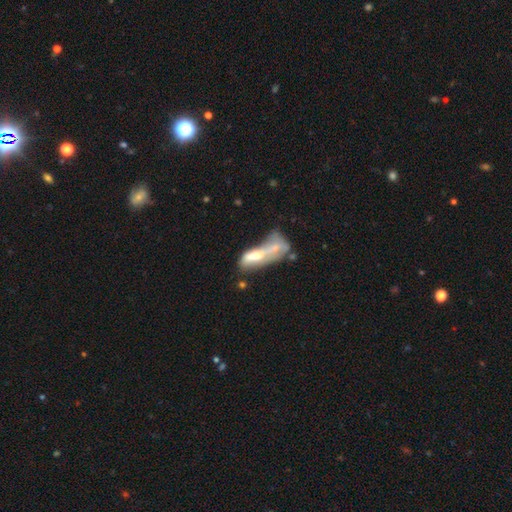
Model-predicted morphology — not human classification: A featured or disk galaxy (46%).

Vote fractions:
- Smooth or featured? featured or disk: 46% / smooth: 44% / star or artifact: 10%
- Merging? merger: 48% / major disturbance: 23% / none: 16% / minor disturbance: 13%